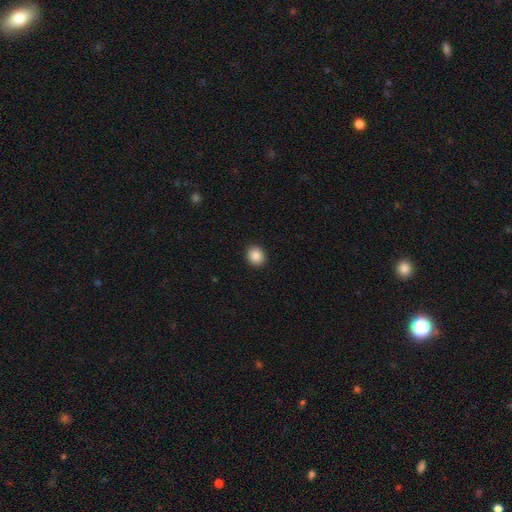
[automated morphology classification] A smooth galaxy with no disk features (88%) that is round (64%). Merging: none (92%).